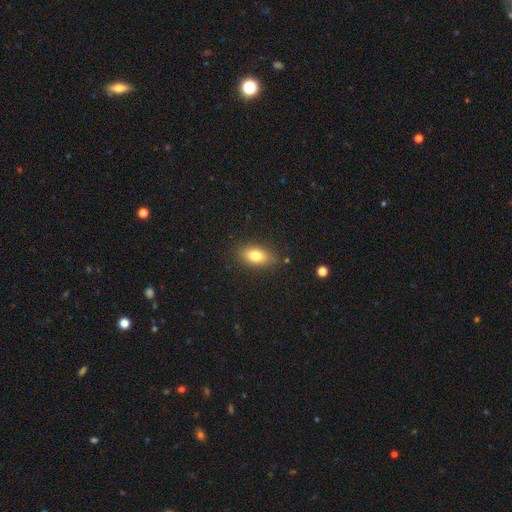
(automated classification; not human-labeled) This is likely a smooth galaxy (79%). How rounded: clearly in between (86%). Merging: clearly none (85%).